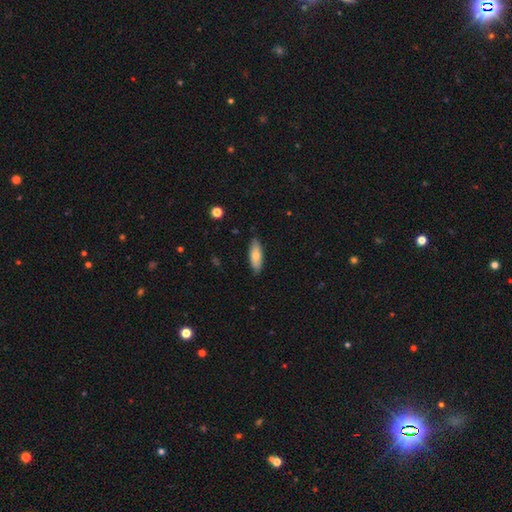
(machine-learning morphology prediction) type=smooth (72%); roundness=in between (60%); merging=none (87%).